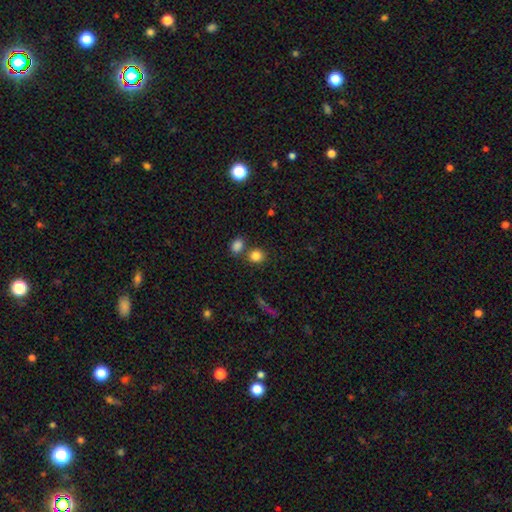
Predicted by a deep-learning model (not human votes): This is clearly a smooth galaxy (83%). How rounded: likely round (78%). Merging: likely none (65%).